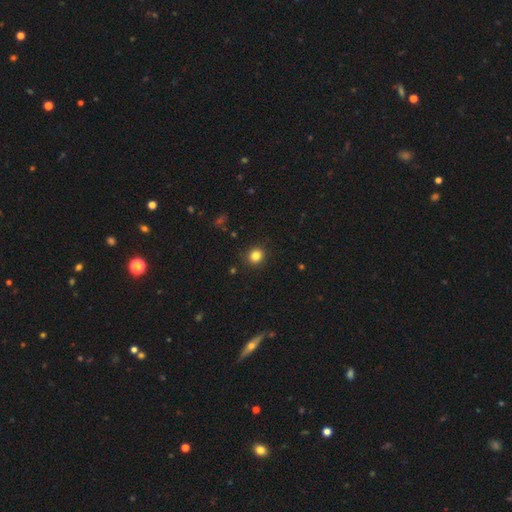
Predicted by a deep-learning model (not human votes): A smooth galaxy with no disk features (83%) that is round (88%). Merging: none (89%).